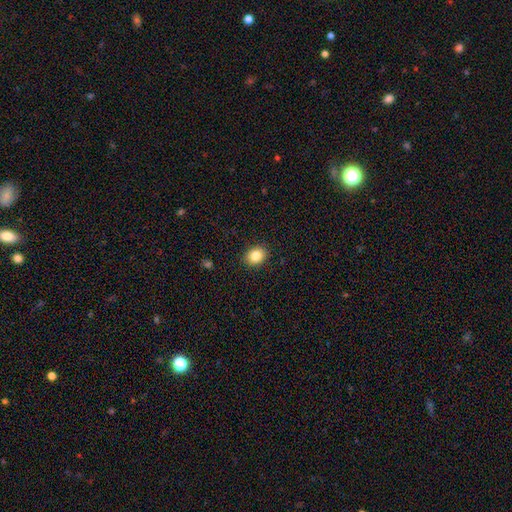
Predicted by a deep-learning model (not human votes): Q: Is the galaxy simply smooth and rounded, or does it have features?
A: smooth — 84%.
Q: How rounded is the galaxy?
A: in between — 50%.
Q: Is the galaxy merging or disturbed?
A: none — 90%.